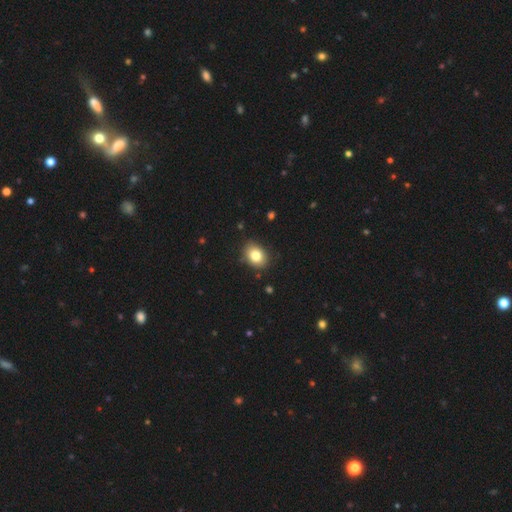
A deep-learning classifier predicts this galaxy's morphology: This is clearly a smooth galaxy (81%). How rounded: likely in between (66%). Merging: clearly none (86%).